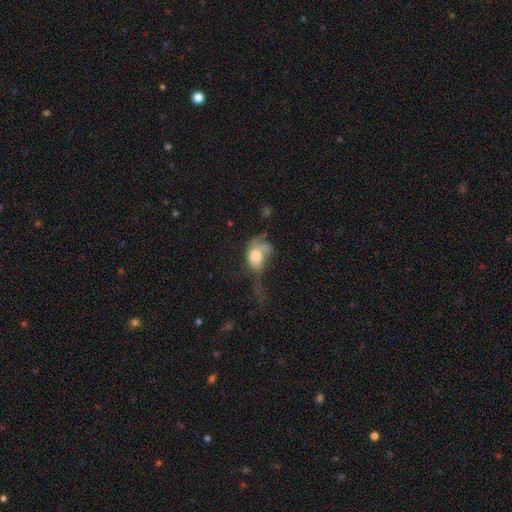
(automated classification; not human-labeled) Smooth or featured? Predicted: smooth (p=0.62). How rounded? Predicted: in between (p=0.69). Merging? Predicted: major disturbance (p=0.53).